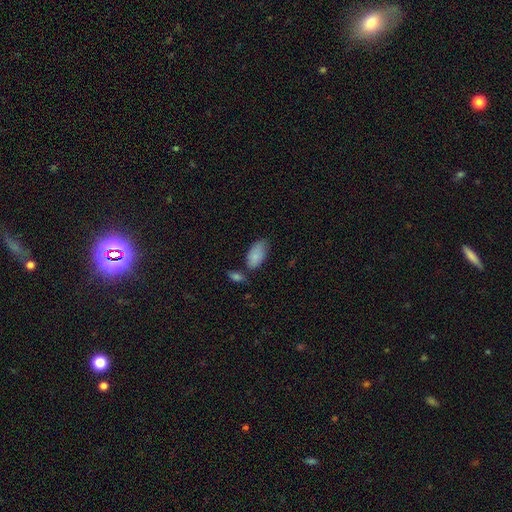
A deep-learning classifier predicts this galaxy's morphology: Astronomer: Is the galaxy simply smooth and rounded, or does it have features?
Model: smooth — 85%.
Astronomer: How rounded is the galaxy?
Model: in between — 94%.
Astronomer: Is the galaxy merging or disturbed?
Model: none — 56%.